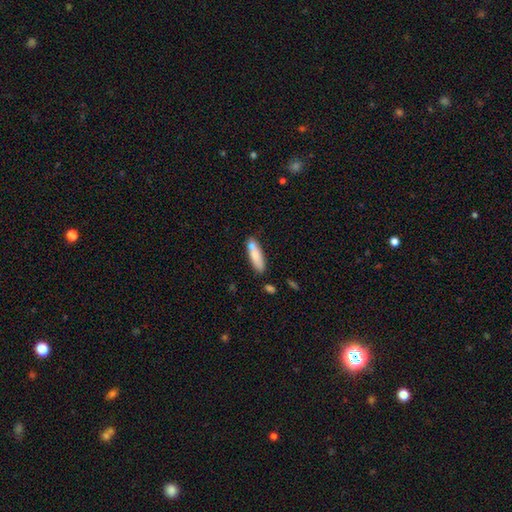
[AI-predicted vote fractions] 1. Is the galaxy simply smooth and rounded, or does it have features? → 75% smooth, 19% featured or disk, 6% star or artifact.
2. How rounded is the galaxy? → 65% cigar-shaped, 33% in between, 2% round.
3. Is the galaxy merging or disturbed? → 64% none, 16% merger, 16% minor disturbance, 4% major disturbance.